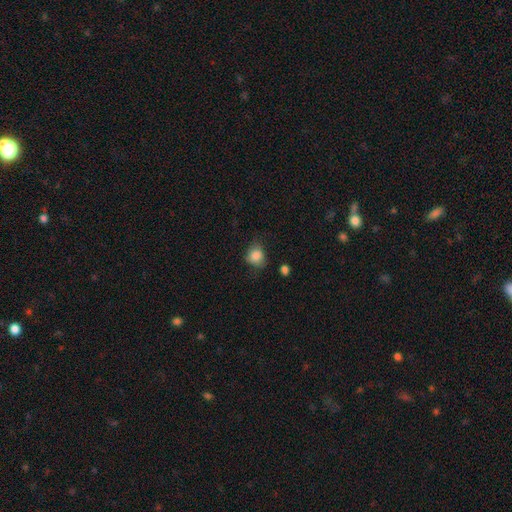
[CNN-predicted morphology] smooth-or-featured: smooth: 84% | star or artifact: 9% | featured or disk: 7%
  how-rounded: round: 65% | in between: 34% | cigar-shaped: 1%
  merging: none: 55% | minor disturbance: 31% | major disturbance: 12% | merger: 3%